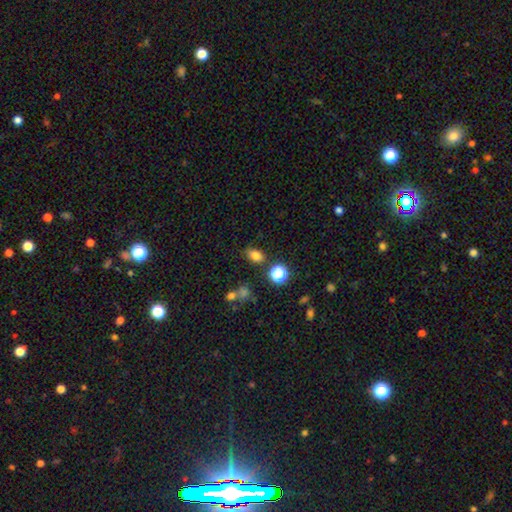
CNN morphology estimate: Q: Smooth or featured?
A: smooth (77%); runner-up: star or artifact (15%)
Q: How rounded?
A: in between (74%); runner-up: round (24%)
Q: Merging?
A: none (79%); runner-up: minor disturbance (13%)